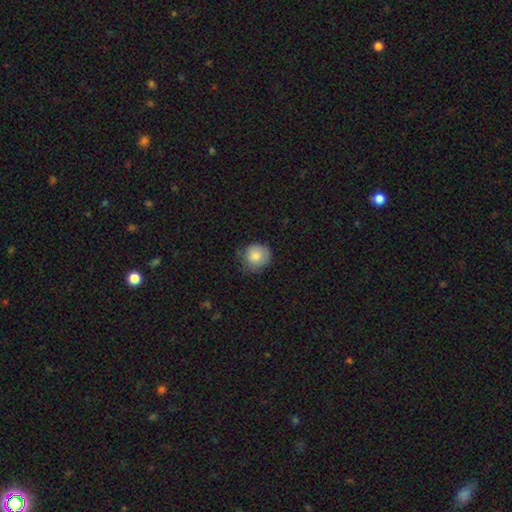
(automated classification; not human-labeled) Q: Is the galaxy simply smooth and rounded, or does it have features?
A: smooth — 82%.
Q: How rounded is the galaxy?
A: round — 87%.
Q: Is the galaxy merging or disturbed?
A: none — 68%.